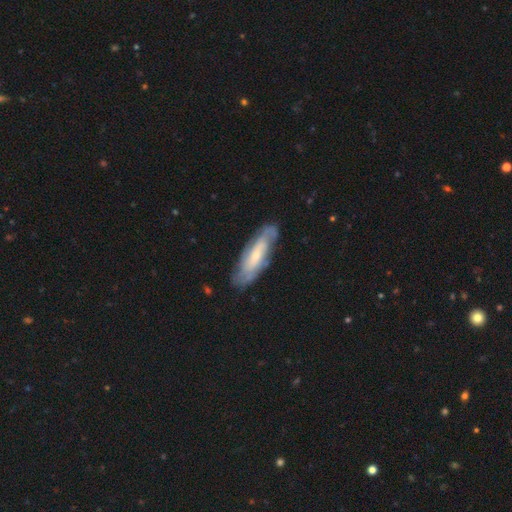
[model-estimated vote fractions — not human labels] Smooth or featured: featured or disk — 63% (smooth — 31%)
Edge-on disk: no — 76% (yes — 24%)
Merging: none — 78% (minor disturbance — 16%)